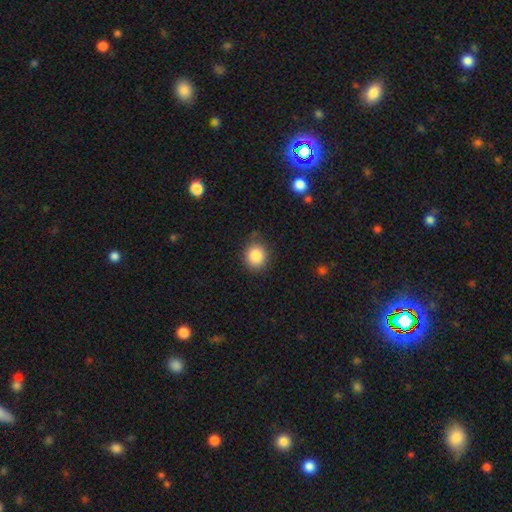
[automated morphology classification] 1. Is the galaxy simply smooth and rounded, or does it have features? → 86% smooth, 9% star or artifact, 5% featured or disk.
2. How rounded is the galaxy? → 82% round, 18% in between, 1% cigar-shaped.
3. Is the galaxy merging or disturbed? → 80% none, 15% minor disturbance, 3% major disturbance, 2% merger.